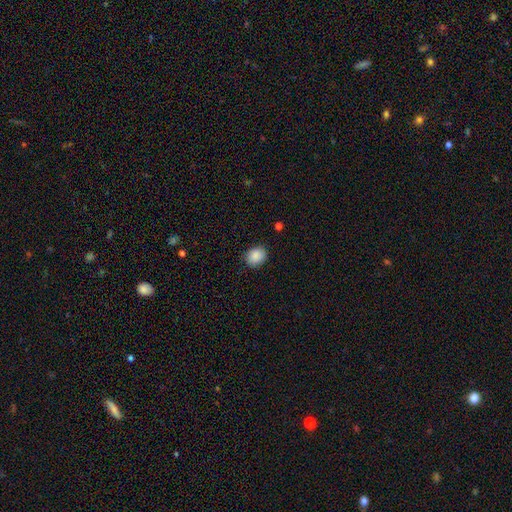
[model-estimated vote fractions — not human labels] This is clearly a smooth galaxy (89%). How rounded: possibly in between (53%). Merging: clearly none (86%).